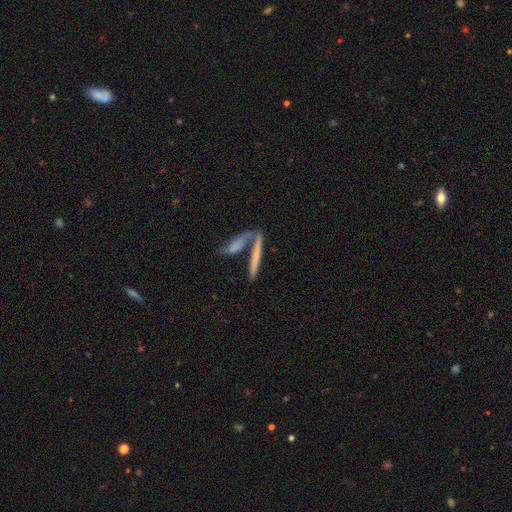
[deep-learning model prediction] Smooth or featured?
  - smooth: 55% *
  - featured or disk: 36%
  - star or artifact: 9%
How rounded?
  - cigar-shaped: 88% *
  - in between: 10%
  - round: 2%
Merging?
  - none: 50% *
  - merger: 35%
  - minor disturbance: 9%
  - major disturbance: 5%